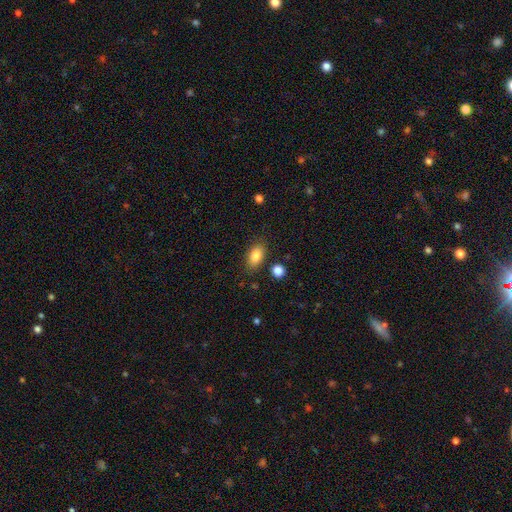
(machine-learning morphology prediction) Overall: smooth (84%). How rounded: in between (89%). Merging: none (82%).